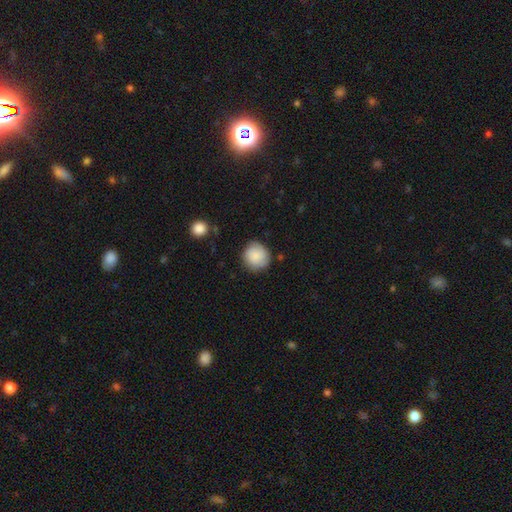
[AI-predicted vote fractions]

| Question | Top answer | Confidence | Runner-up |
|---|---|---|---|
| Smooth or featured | smooth | 80% | featured or disk (13%) |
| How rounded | round | 91% | in between (8%) |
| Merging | none | 80% | minor disturbance (15%) |